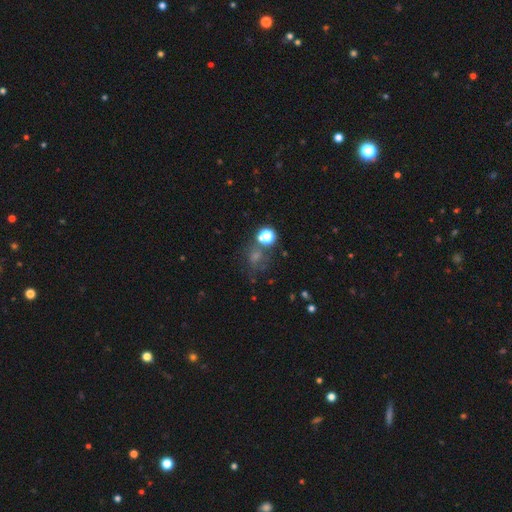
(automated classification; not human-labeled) smooth_or_featured: star or artifact (p=0.46) [alt: smooth p=0.38]